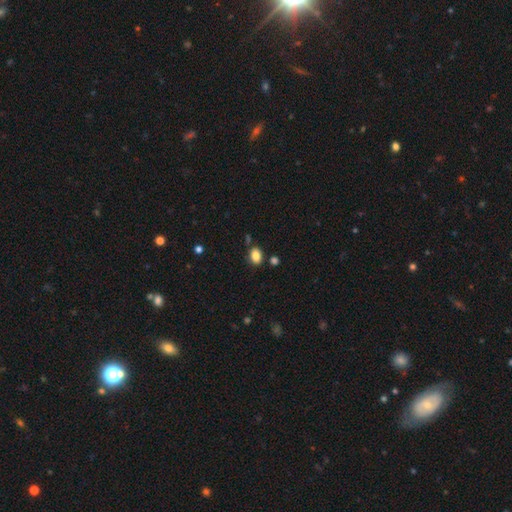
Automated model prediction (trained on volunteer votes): smooth 85%, star or artifact 10%, featured or disk 6%. Down the decision tree: how rounded — in between (74%); merging — none (77%).